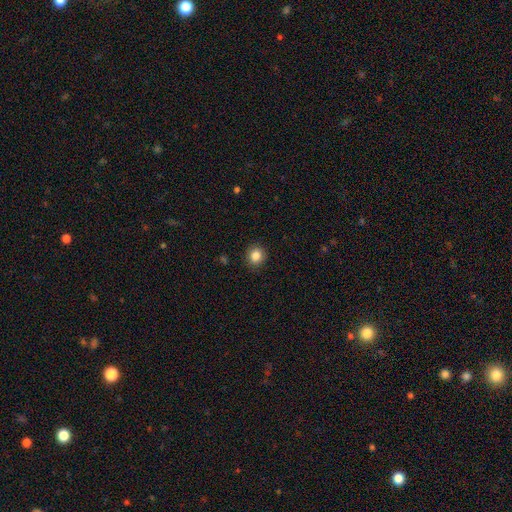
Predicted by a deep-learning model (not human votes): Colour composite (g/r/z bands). It shows a smooth galaxy with no disk features (85%) that is round (88%). Merging: none (90%).